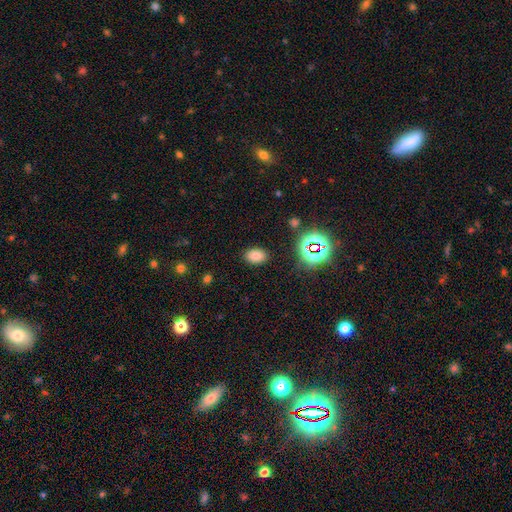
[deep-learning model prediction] smooth_or_featured: smooth (p=0.76) [alt: star or artifact p=0.18]
how_rounded: in between (p=0.84) [alt: round p=0.15]
merging: none (p=0.86) [alt: minor disturbance p=0.09]